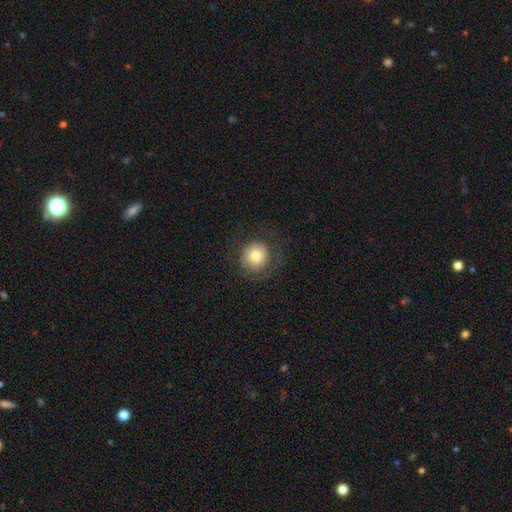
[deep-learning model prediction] Smooth or featured? Predicted: smooth (p=0.74). How rounded? Predicted: round (p=0.94). Merging? Predicted: none (p=0.75).